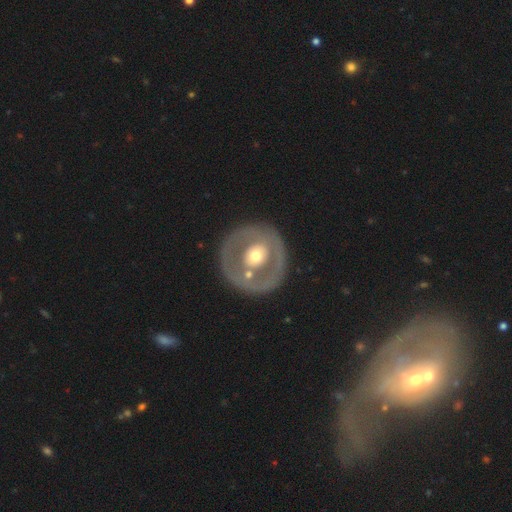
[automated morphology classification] Overall: featured or disk (57%; smooth 38%). Edge-on disk: no (94%). Bar: no (87%). Spiral arms: no (90%). Bulge size: moderate (69%). Merging: none (73%).